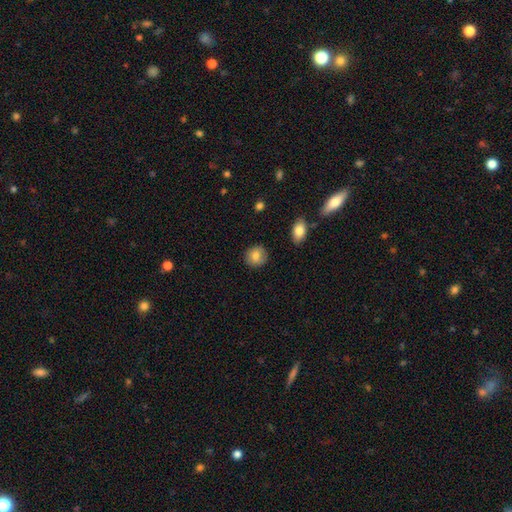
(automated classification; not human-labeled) This is clearly a smooth galaxy (82%). How rounded: clearly round (85%). Merging: clearly none (87%).